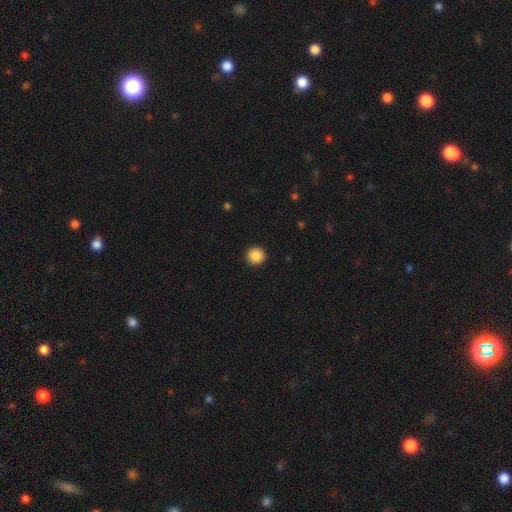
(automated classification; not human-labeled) This is clearly a smooth galaxy (87%). How rounded: clearly round (96%). Merging: clearly none (94%).